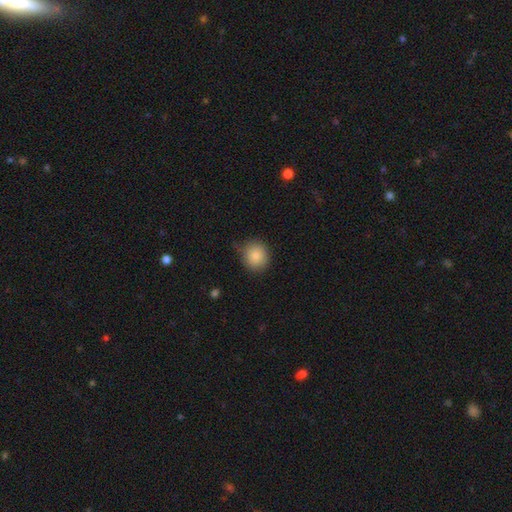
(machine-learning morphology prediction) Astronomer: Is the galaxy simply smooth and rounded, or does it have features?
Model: smooth — 85%.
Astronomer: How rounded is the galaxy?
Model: round — 84%.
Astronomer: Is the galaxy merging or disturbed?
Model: none — 72%.